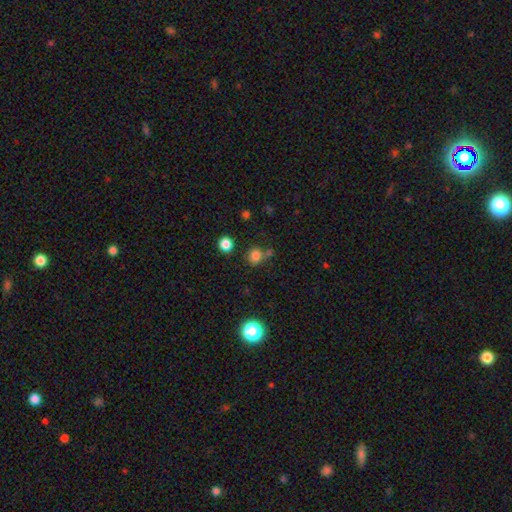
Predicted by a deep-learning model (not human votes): A smooth galaxy with no disk features (77%) that is round (73%). Merging: none (64%).